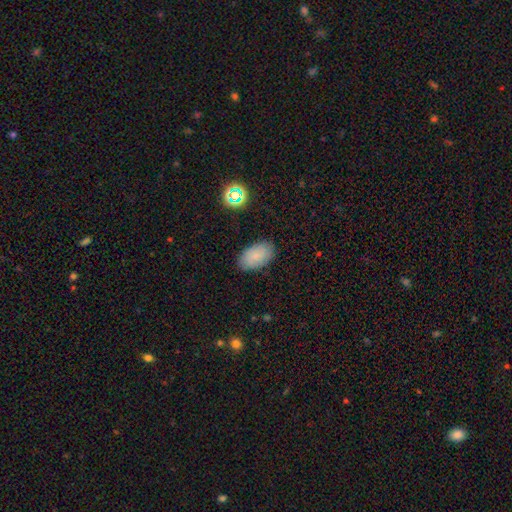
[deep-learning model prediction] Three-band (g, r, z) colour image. It shows a smooth galaxy with no disk features (81%) that is in between round and cigar-shaped (94%). Merging: none (85%).